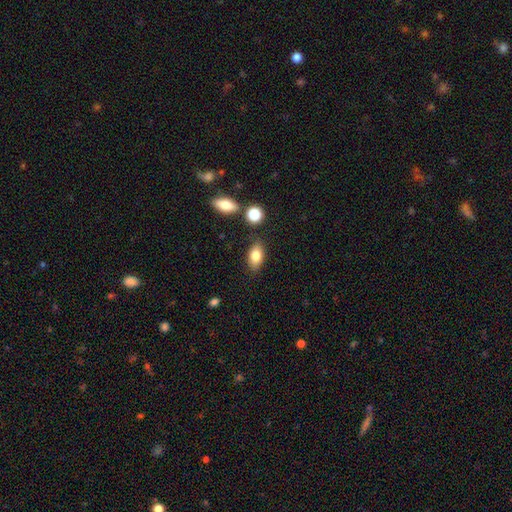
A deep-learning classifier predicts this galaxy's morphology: This appears to be a smooth galaxy with no disk features (82%) that is in between round and cigar-shaped (87%). Merging: none (79%).